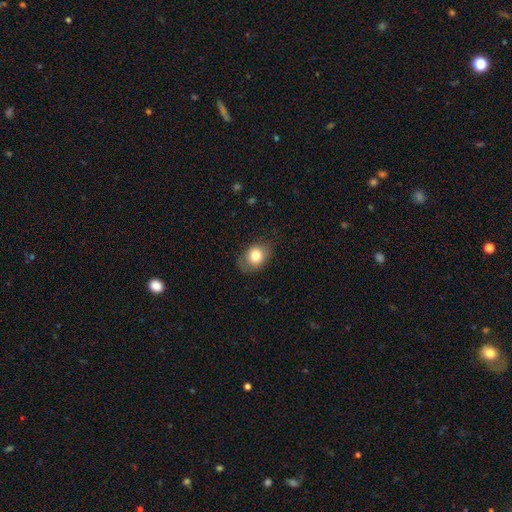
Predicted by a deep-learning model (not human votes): Smooth or featured? Predicted: smooth (p=0.79). How rounded? Predicted: in between (p=0.57). Merging? Predicted: none (p=0.74).